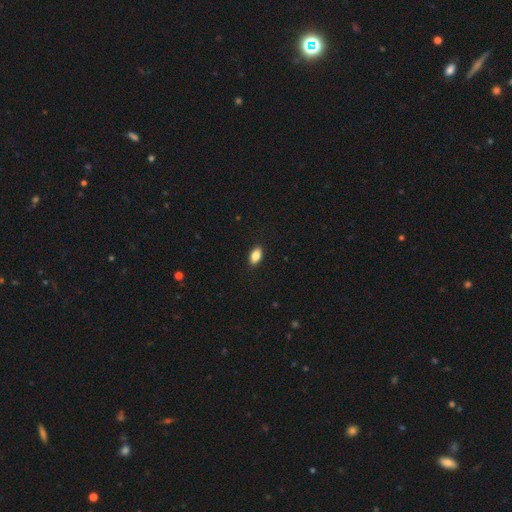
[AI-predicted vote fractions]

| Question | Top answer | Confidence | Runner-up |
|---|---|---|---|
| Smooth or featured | smooth | 86% | star or artifact (8%) |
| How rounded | in between | 91% | round (6%) |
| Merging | none | 90% | minor disturbance (8%) |